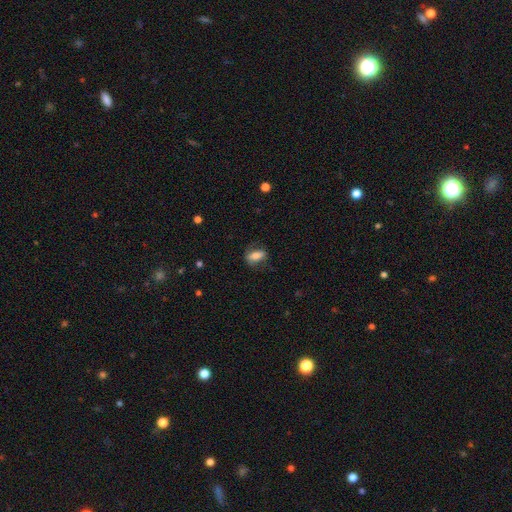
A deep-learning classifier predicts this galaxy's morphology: A smooth galaxy with no disk features (71%) that is in between round and cigar-shaped (78%).

Vote fractions:
- Smooth or featured? smooth: 71% / featured or disk: 20% / star or artifact: 8%
- How rounded? in between: 78% / cigar-shaped: 14% / round: 8%
- Merging? none: 71% / minor disturbance: 19% / major disturbance: 9% / merger: 1%